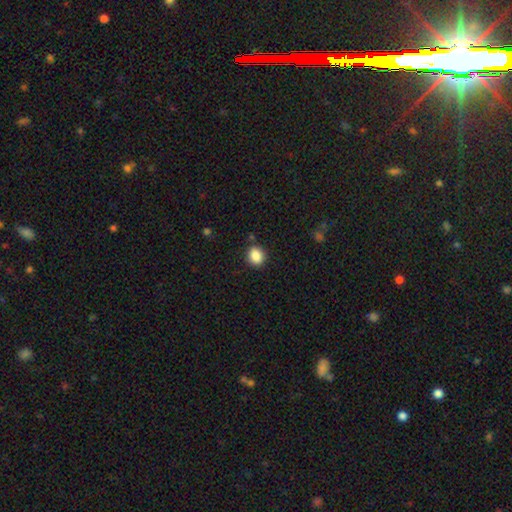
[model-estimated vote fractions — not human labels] A smooth galaxy with no disk features (87%) that is round (62%). Merging: none (84%).